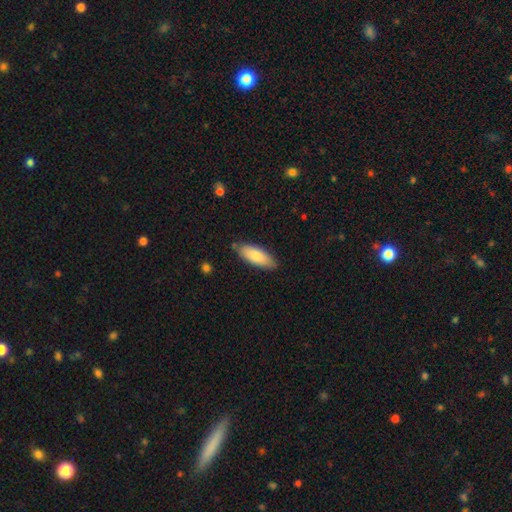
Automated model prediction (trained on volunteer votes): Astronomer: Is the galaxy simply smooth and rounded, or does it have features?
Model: smooth — 83%.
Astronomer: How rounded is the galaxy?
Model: in between — 72%.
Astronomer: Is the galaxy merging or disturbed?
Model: none — 81%.